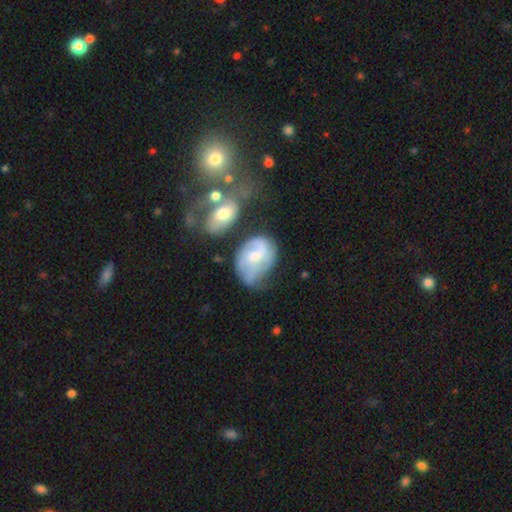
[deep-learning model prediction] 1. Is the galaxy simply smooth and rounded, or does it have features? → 58% featured or disk, 34% smooth, 7% star or artifact.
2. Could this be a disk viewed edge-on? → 97% no, 3% yes.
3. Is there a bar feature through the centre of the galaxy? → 56% no, 38% weak, 7% strong.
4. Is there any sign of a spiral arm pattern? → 71% yes, 29% no.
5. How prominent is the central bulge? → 47% moderate, 43% small, 6% none, 3% large, 1% dominant.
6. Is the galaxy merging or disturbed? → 34% none, 28% minor disturbance, 22% major disturbance, 16% merger.